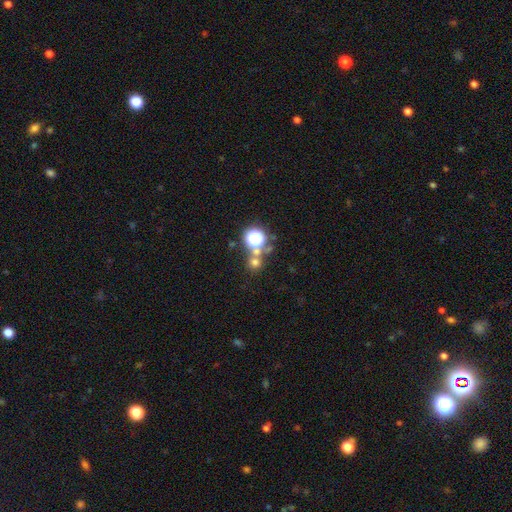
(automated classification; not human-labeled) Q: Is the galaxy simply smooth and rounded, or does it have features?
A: smooth — 56%.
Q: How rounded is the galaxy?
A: round — 89%.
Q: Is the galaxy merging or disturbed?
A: none — 64%.